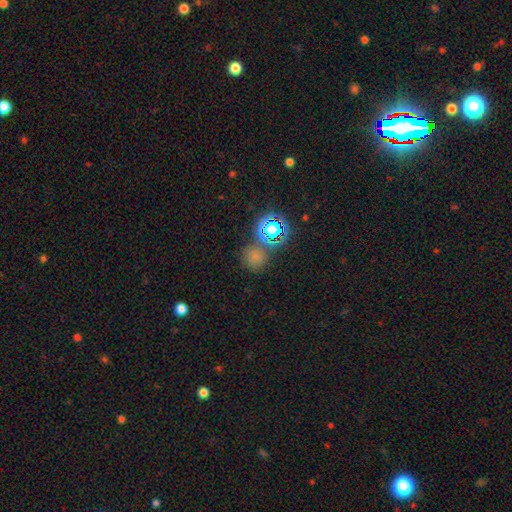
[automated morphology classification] Smooth or featured? smooth (64%)
How rounded? round (89%)
Merging? none (74%)